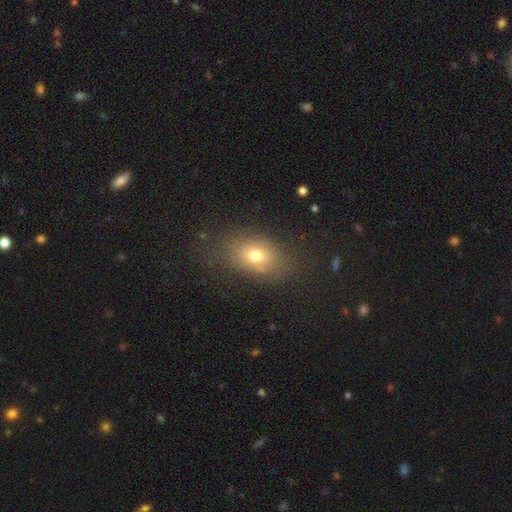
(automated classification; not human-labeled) Smooth or featured?
  - smooth: 71% *
  - featured or disk: 16%
  - star or artifact: 13%
How rounded?
  - in between: 77% *
  - round: 21%
  - cigar-shaped: 2%
Merging?
  - none: 74% *
  - minor disturbance: 16%
  - major disturbance: 8%
  - merger: 2%